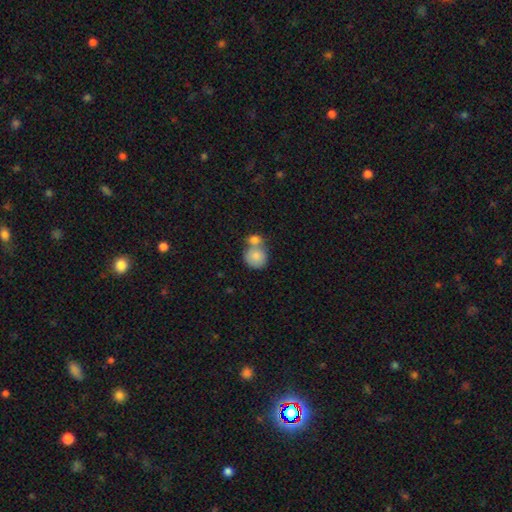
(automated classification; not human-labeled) Q: Smooth or featured?
A: smooth (82%); runner-up: featured or disk (10%)
Q: How rounded?
A: round (85%); runner-up: in between (14%)
Q: Merging?
A: merger (54%); runner-up: none (34%)